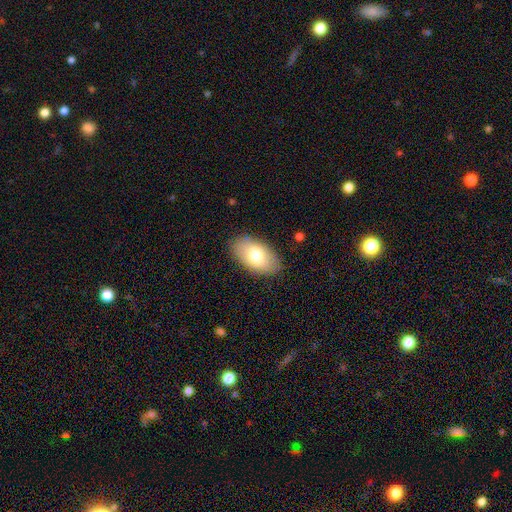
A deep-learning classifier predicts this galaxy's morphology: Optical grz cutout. It shows a smooth galaxy with no disk features (76%) that is in between round and cigar-shaped (95%). Merging: none (85%).